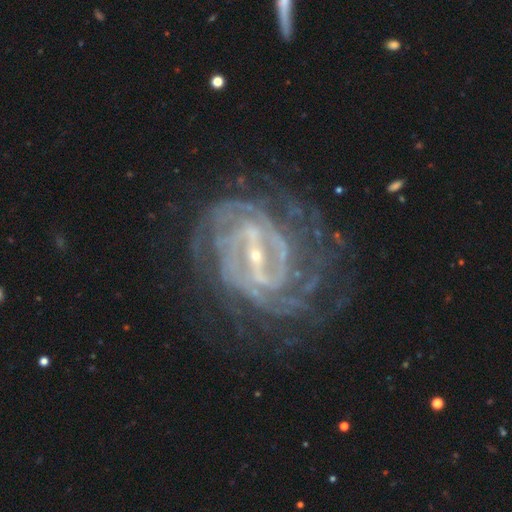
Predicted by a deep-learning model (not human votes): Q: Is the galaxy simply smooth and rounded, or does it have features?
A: featured or disk — 91%.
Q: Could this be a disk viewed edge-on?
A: no — 97%.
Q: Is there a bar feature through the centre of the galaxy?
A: strong — 64%.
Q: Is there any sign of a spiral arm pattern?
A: yes — 96%.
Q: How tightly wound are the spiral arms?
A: tight — 69%.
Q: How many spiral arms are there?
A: can't tell — 28%.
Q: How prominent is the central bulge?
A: small — 81%.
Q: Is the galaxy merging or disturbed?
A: none — 71%.